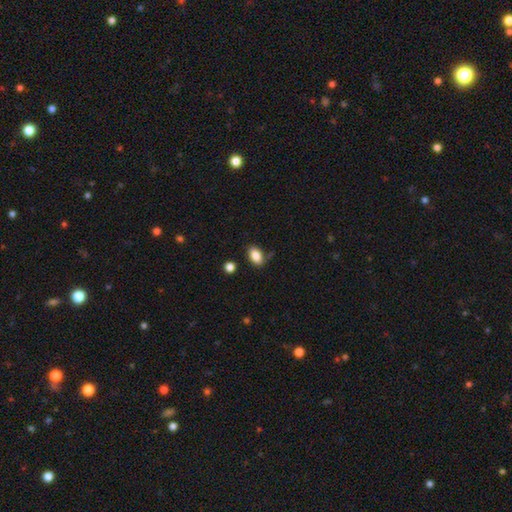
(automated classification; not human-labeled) A smooth galaxy with no disk features (86%) that is in between round and cigar-shaped (89%). Merging: none (79%).